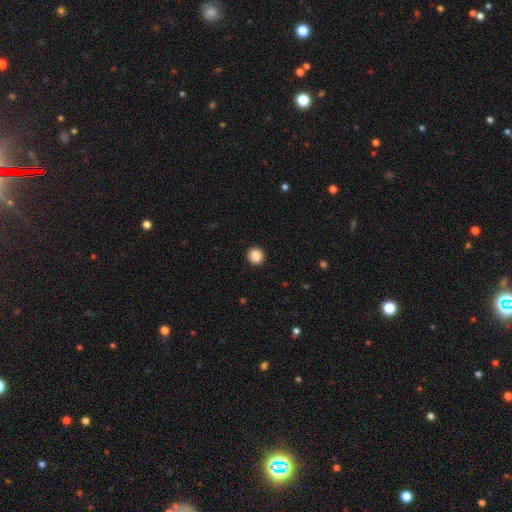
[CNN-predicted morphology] type=smooth (87%); roundness=round (93%); merging=none (93%).